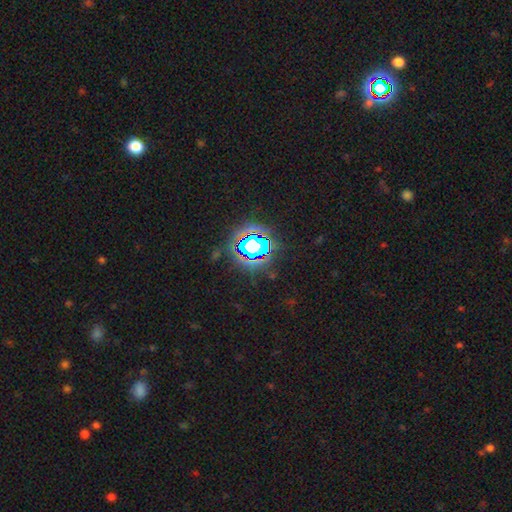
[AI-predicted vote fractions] Smooth or featured? Predicted: star or artifact (p=0.82).